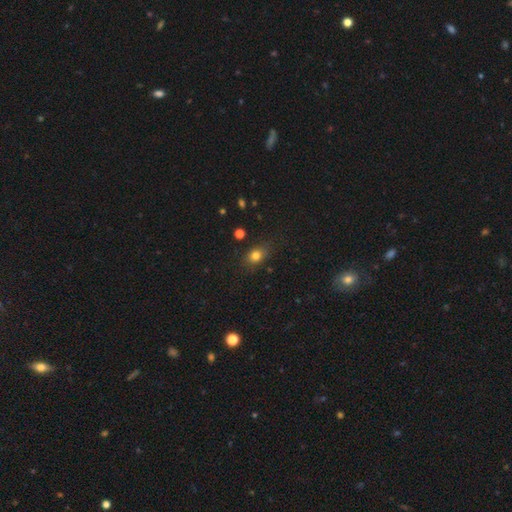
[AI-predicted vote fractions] Smooth or featured? Predicted: smooth (p=0.78). How rounded? Predicted: in between (p=0.60). Merging? Predicted: none (p=0.77).